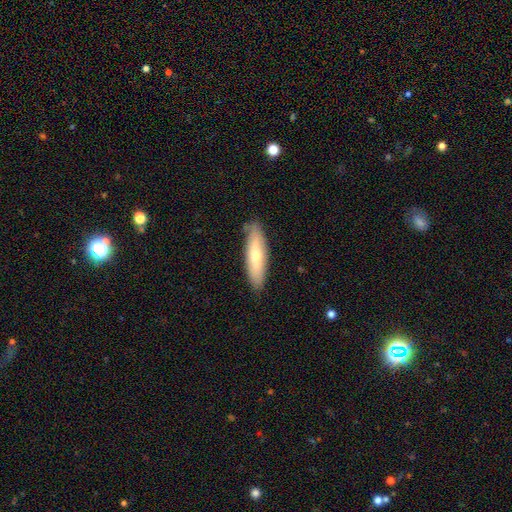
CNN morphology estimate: Overall: smooth (53%; featured or disk 38%). How rounded: cigar-shaped (72%). Merging: none (87%).